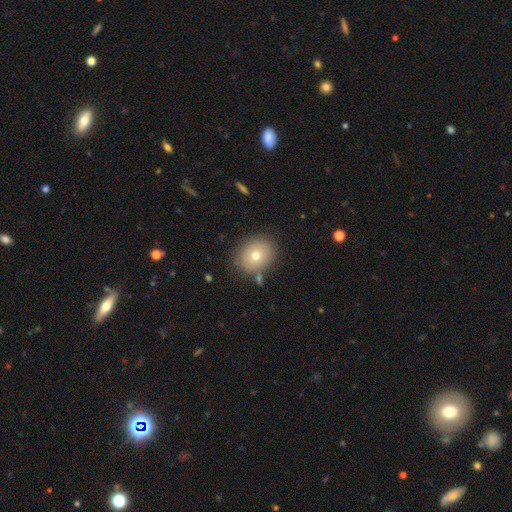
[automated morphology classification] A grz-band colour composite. It shows a smooth galaxy with no disk features (72%) that is round (58%). Merging: none (79%).